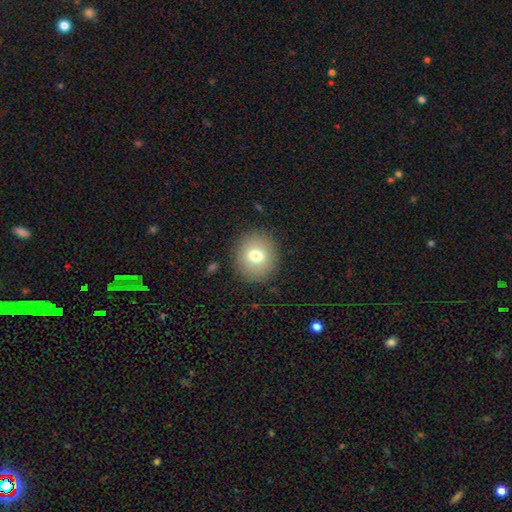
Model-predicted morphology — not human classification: Smooth or featured: smooth — 74% (featured or disk — 15%)
How rounded: round — 82% (in between — 17%)
Merging: none — 88% (minor disturbance — 8%)